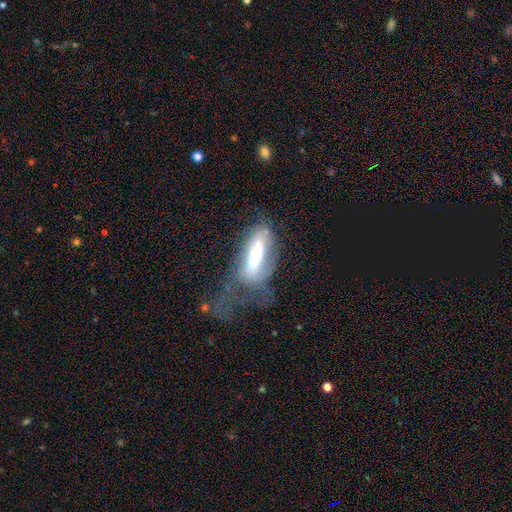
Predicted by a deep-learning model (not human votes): A smooth galaxy with no disk features (52%) that is in between round and cigar-shaped (64%). Merging: major disturbance (50%).